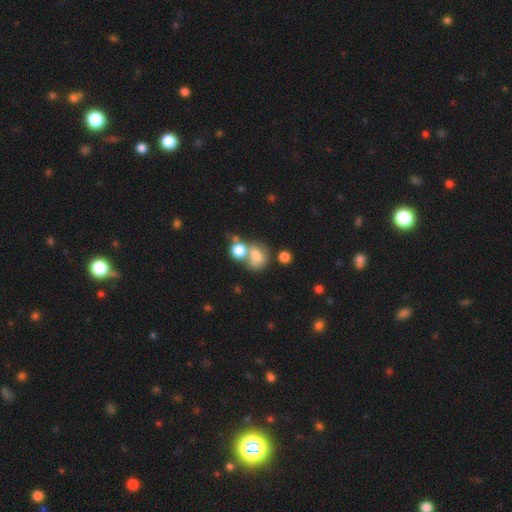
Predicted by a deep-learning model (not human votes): Smooth or featured: smooth — 72% (featured or disk — 15%)
How rounded: round — 51% (in between — 47%)
Merging: merger — 48% (none — 32%)